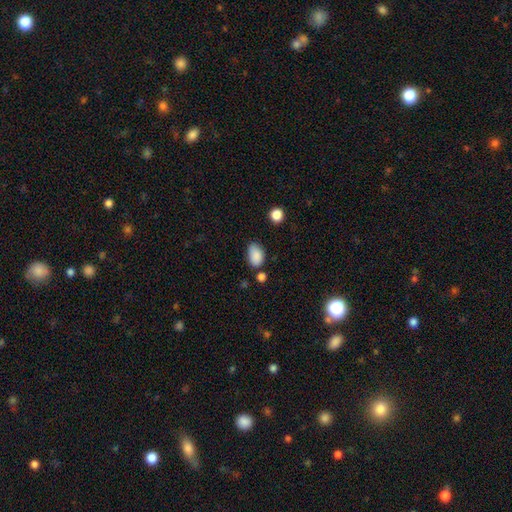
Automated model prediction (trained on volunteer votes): Smooth or featured?
  - smooth: 87% *
  - star or artifact: 8%
  - featured or disk: 5%
How rounded?
  - in between: 86% *
  - round: 12%
  - cigar-shaped: 1%
Merging?
  - none: 63% *
  - minor disturbance: 25%
  - merger: 7%
  - major disturbance: 5%